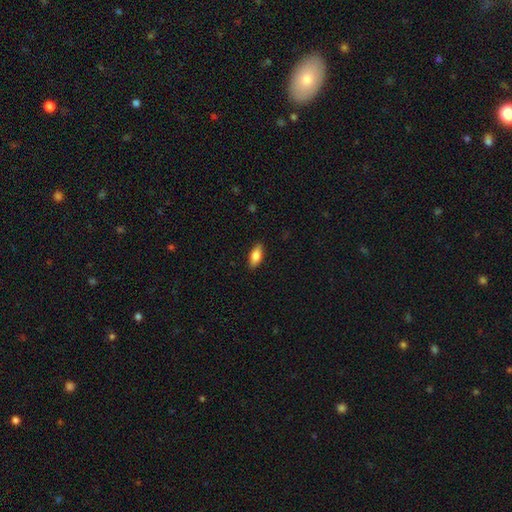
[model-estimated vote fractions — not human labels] Smooth or featured? Predicted: smooth (p=0.81). How rounded? Predicted: in between (p=0.81). Merging? Predicted: none (p=0.89).